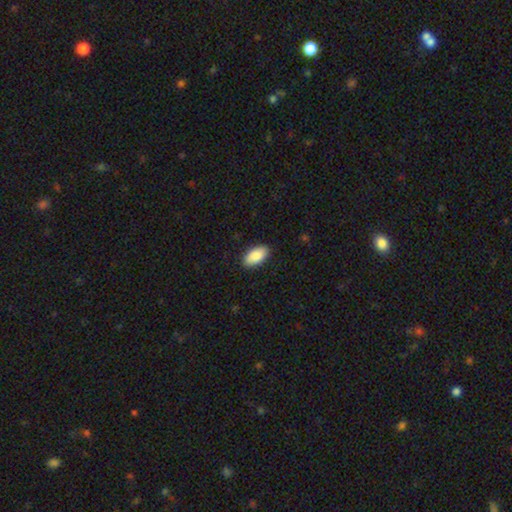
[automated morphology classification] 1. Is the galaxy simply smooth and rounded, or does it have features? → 87% smooth, 7% featured or disk, 6% star or artifact.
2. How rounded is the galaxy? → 94% in between, 3% cigar-shaped, 3% round.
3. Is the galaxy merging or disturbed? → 89% none, 9% minor disturbance, 2% major disturbance, 1% merger.